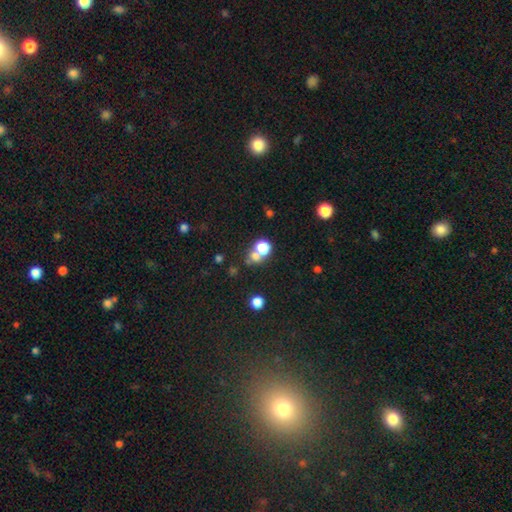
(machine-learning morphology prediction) The model was most divided on "merging" (2-way tie): merger: 44%, none: 44%, minor disturbance: 7%, major disturbance: 5%. More confident: how rounded — round (78%); smooth or featured — smooth (69%).